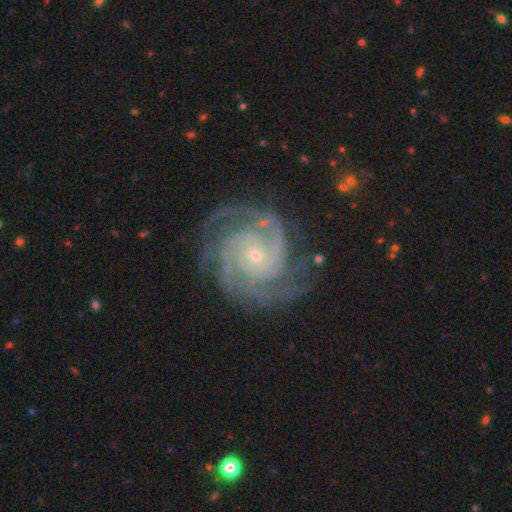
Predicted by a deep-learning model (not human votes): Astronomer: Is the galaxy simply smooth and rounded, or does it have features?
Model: featured or disk — 92%.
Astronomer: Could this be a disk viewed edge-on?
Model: no — 98%.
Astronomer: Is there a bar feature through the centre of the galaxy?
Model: no — 74%.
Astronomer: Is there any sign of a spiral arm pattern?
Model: yes — 99%.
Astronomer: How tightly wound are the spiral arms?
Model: tight — 70%.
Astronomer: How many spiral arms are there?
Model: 3 — 30% (runner-up: 4, 21%).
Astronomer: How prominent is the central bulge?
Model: small — 77%.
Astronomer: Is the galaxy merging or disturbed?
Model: none — 76%.